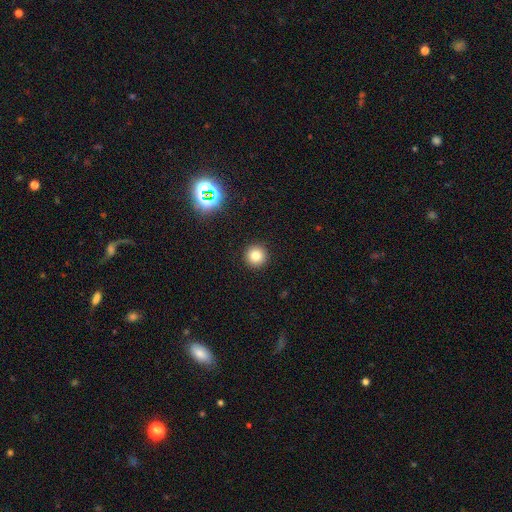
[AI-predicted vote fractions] Smooth or featured?
  - smooth: 80% *
  - star or artifact: 14%
  - featured or disk: 6%
How rounded?
  - round: 96% *
  - in between: 3%
  - cigar-shaped: 1%
Merging?
  - none: 93% *
  - minor disturbance: 4%
  - major disturbance: 2%
  - merger: 1%